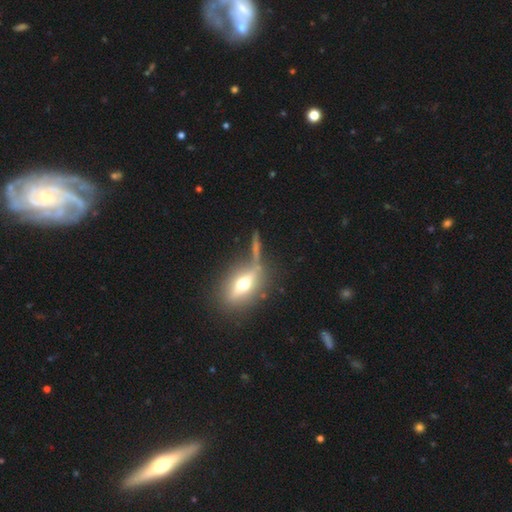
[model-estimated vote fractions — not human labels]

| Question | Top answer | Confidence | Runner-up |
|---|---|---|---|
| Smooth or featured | featured or disk | 54% | smooth (33%) |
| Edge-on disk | yes | 66% | no (34%) |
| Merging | none | 55% | minor disturbance (17%) |